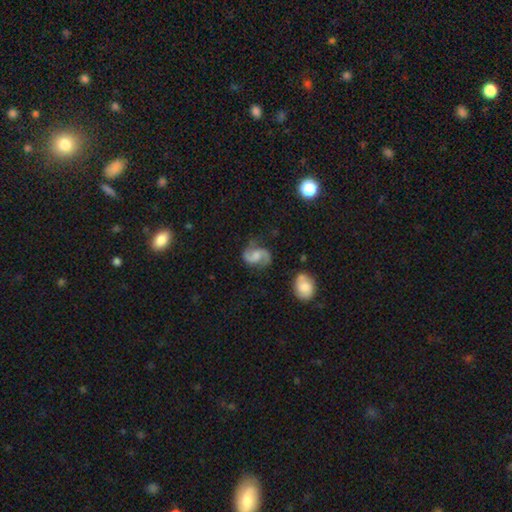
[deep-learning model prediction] The model was most divided on "spiral winding": medium: 47%, loose: 43%, tight: 10%. Remaining: edge-on disk — no (98%); spiral arms — yes (97%); spiral arm count — 2 (93%); smooth or featured — featured or disk (86%); merging — none (75%); bar — no (51%); bulge size — moderate (34%).